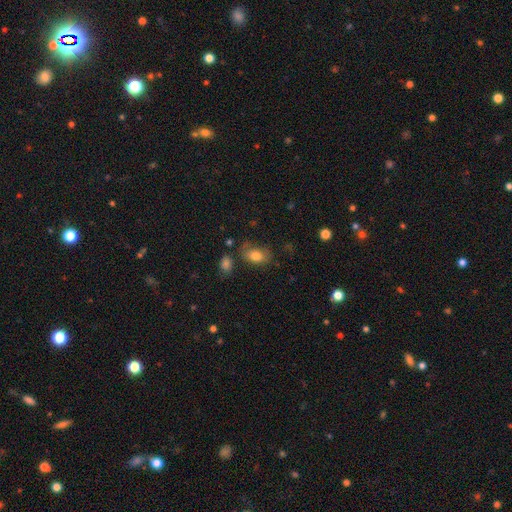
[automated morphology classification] This appears to be a smooth galaxy with no disk features (79%) that is in between round and cigar-shaped (86%). Merging: none (64%).